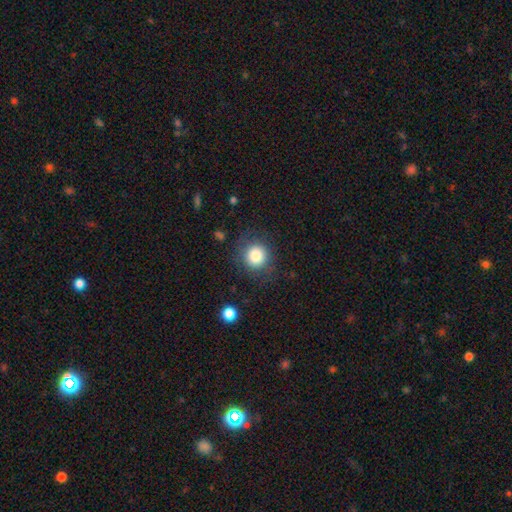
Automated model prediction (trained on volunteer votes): smooth 83%, star or artifact 10%, featured or disk 7%. Down the decision tree: how rounded — round (89%); merging — none (81%).